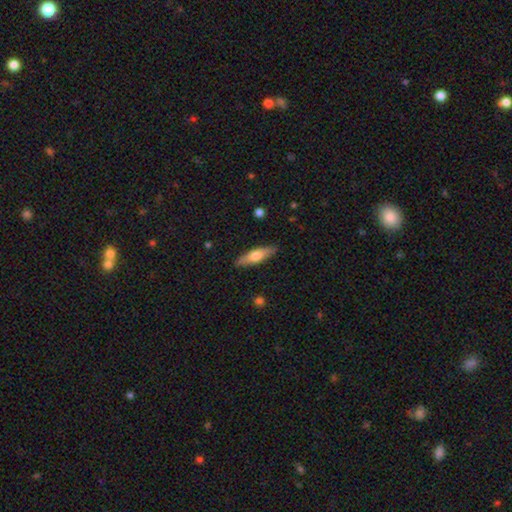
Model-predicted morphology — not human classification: The model was most divided on "smooth or featured": smooth: 53%, featured or disk: 42%, star or artifact: 6%. More confident: merging — none (88%); how rounded — cigar-shaped (65%).